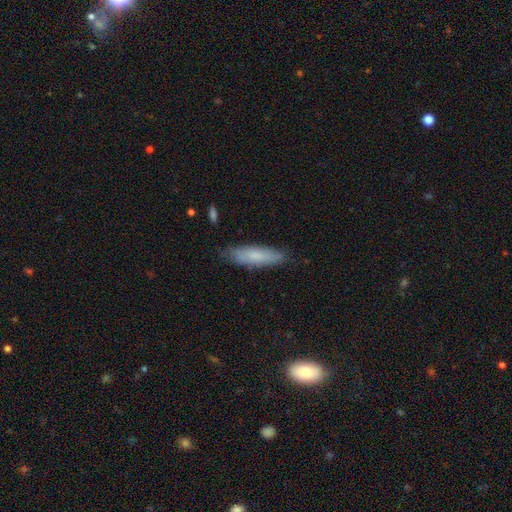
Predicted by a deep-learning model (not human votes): Overall: smooth (76%). How rounded: cigar-shaped (68%; in between 31%). Merging: none (79%).